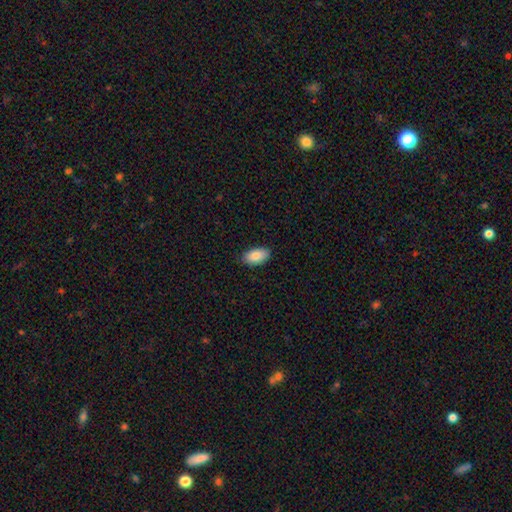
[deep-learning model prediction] This is clearly a smooth galaxy (86%). How rounded: clearly in between (94%). Merging: clearly none (87%).